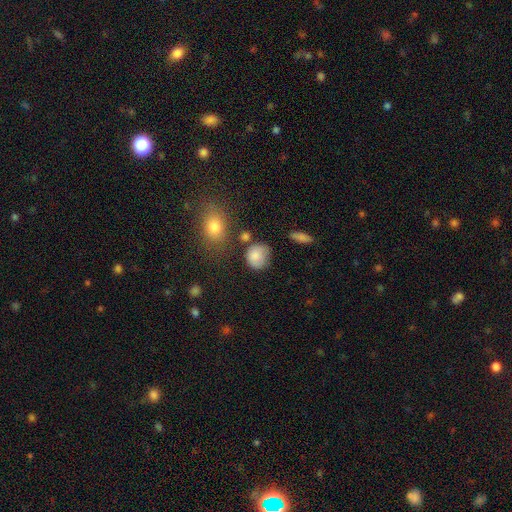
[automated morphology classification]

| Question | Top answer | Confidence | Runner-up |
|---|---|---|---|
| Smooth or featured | smooth | 83% | star or artifact (9%) |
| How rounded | round | 68% | in between (31%) |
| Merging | none | 57% | minor disturbance (27%) |